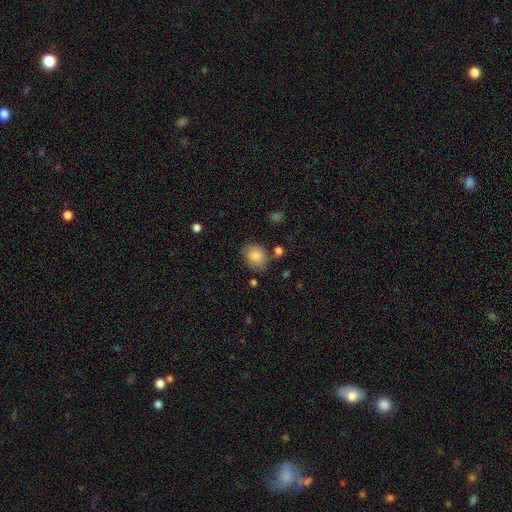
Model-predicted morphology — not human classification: Smooth or featured: smooth — 85% (star or artifact — 8%)
How rounded: round — 55% (in between — 44%)
Merging: none — 68% (minor disturbance — 21%)